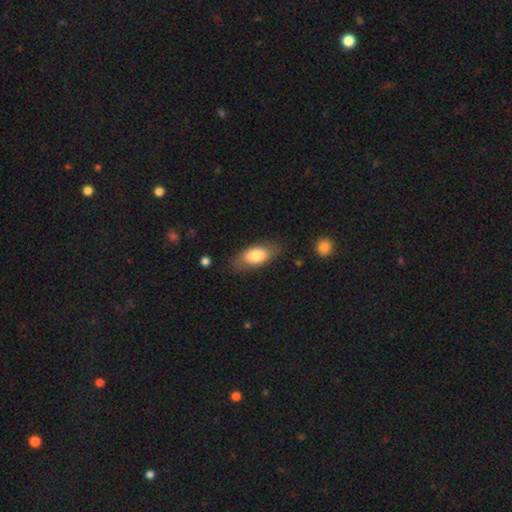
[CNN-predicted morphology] Smooth or featured?
  - smooth: 76% *
  - featured or disk: 18%
  - star or artifact: 6%
How rounded?
  - in between: 88% *
  - cigar-shaped: 8%
  - round: 4%
Merging?
  - none: 76% *
  - minor disturbance: 17%
  - major disturbance: 5%
  - merger: 2%